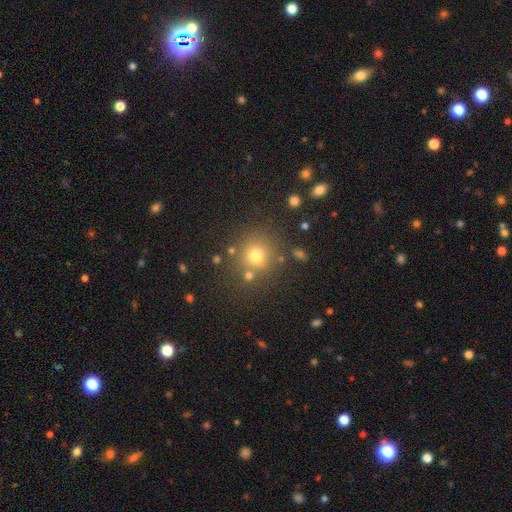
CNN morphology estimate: Q: Smooth or featured?
A: smooth (72%); runner-up: star or artifact (19%)
Q: How rounded?
A: round (89%); runner-up: in between (10%)
Q: Merging?
A: none (77%); runner-up: minor disturbance (10%)